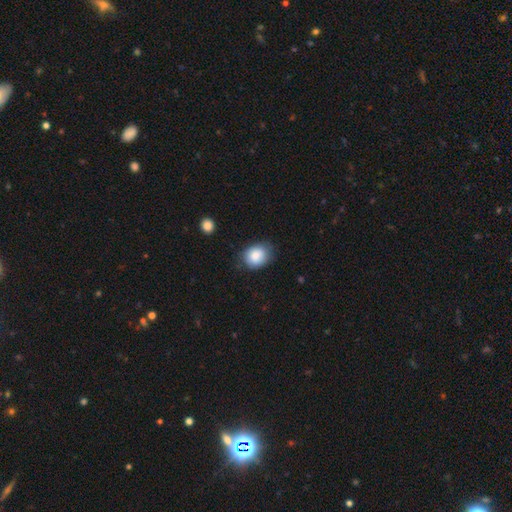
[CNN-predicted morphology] The model was most divided on "how rounded": round: 53%, in between: 46%, cigar-shaped: 1%. More confident: smooth or featured — smooth (84%); merging — none (73%).